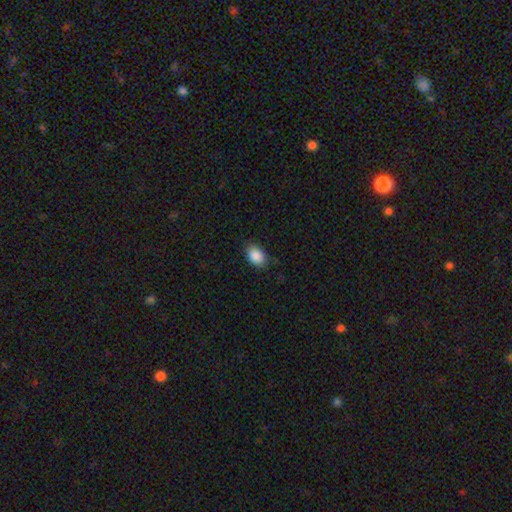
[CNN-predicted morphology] The model was most divided on "how rounded": in between: 84%, round: 15%, cigar-shaped: 1%. More confident: smooth or featured — smooth (89%); merging — none (83%).